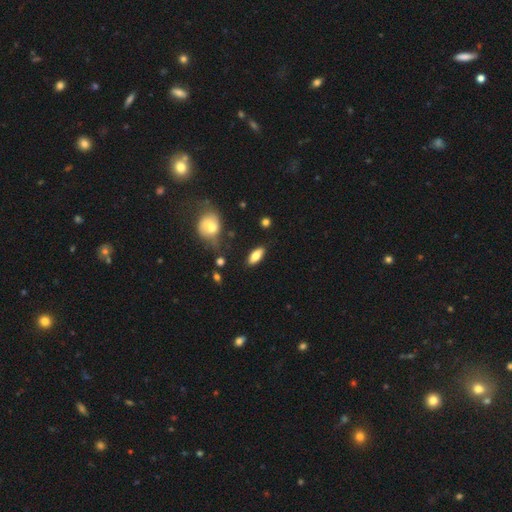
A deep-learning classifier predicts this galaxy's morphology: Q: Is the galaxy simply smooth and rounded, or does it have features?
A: smooth — 74%.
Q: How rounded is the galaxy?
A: in between — 81%.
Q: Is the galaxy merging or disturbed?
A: none — 82%.